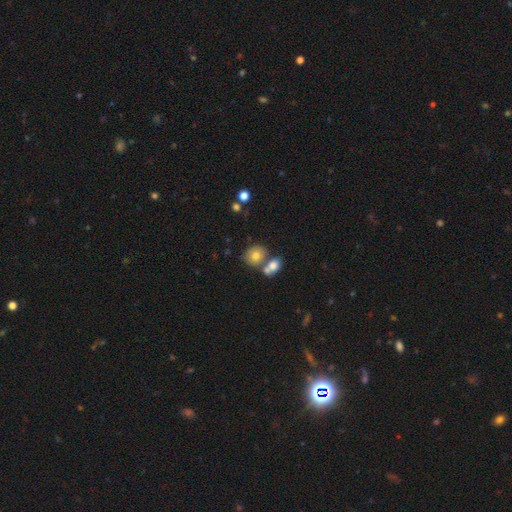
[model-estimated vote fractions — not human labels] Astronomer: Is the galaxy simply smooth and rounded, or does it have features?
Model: smooth — 76%.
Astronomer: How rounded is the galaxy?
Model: round — 69%.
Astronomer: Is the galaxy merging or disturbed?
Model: none — 46% (runner-up: merger, 41%).